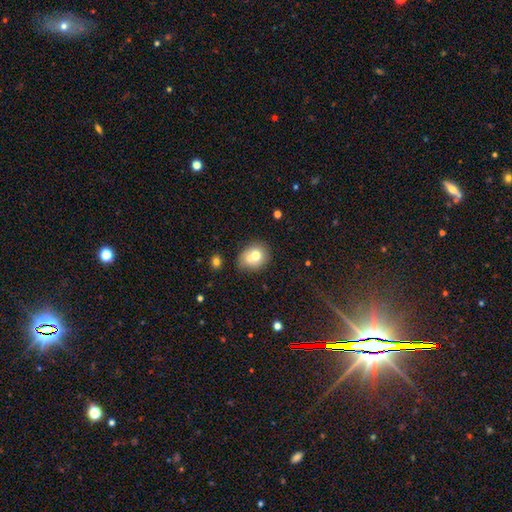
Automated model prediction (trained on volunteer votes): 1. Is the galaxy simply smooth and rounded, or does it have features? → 70% smooth, 21% featured or disk, 10% star or artifact.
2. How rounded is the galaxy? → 65% round, 34% in between, 1% cigar-shaped.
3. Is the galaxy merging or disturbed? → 44% merger, 41% none, 11% minor disturbance, 4% major disturbance.